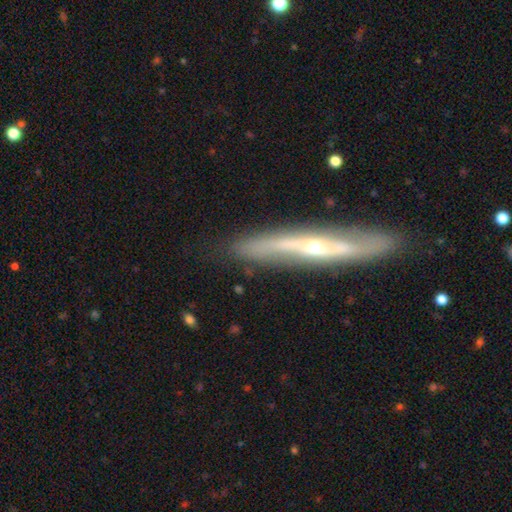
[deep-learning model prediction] Overall: featured or disk (75%). Edge-on disk: yes (72%). Edge-on bulge: rounded (80%). Merging: none (79%).